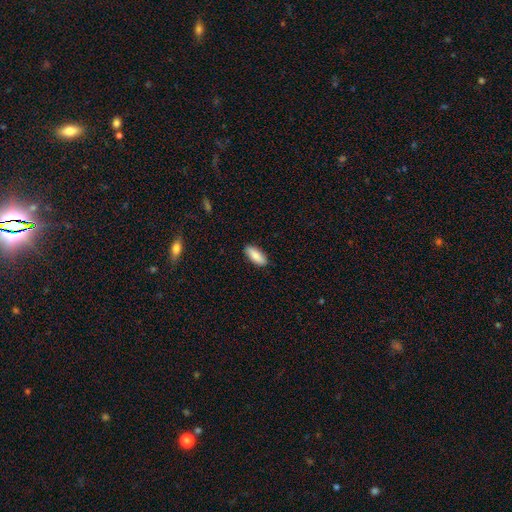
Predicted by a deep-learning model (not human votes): A smooth galaxy with no disk features (83%) that is in between round and cigar-shaped (75%). Merging: none (89%).